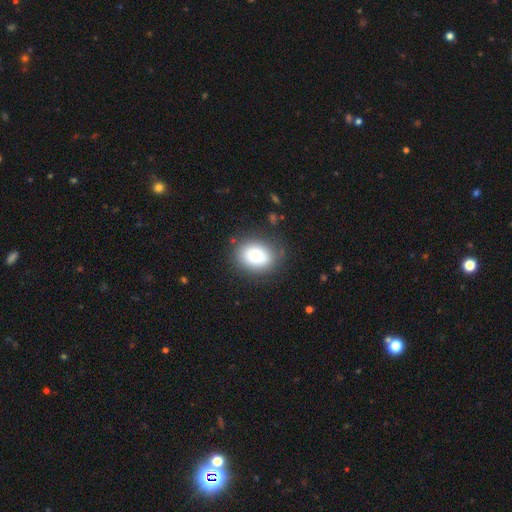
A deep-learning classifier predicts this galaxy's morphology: Smooth or featured? Predicted: smooth (p=0.73). How rounded? Predicted: round (p=0.52). Merging? Predicted: none (p=0.81).